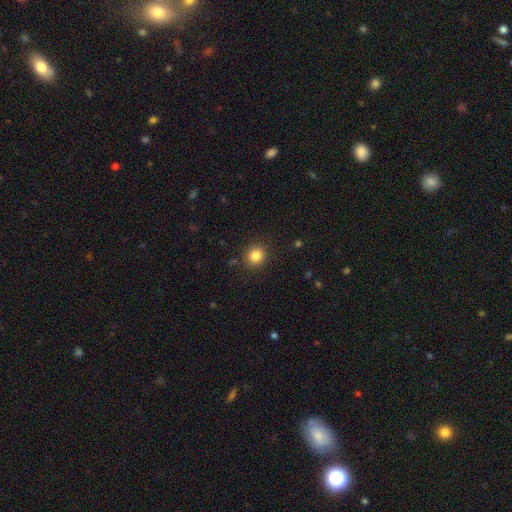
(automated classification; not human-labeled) Smooth or featured? smooth (84%)
How rounded? round (86%)
Merging? none (89%)